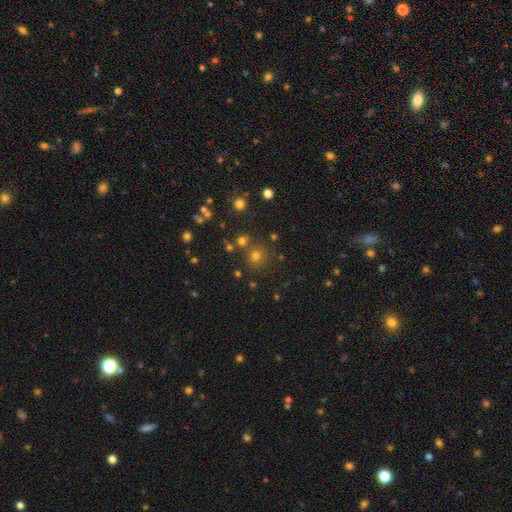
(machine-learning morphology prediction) Smooth or featured? smooth (60%)
How rounded? round (91%)
Merging? none (80%)